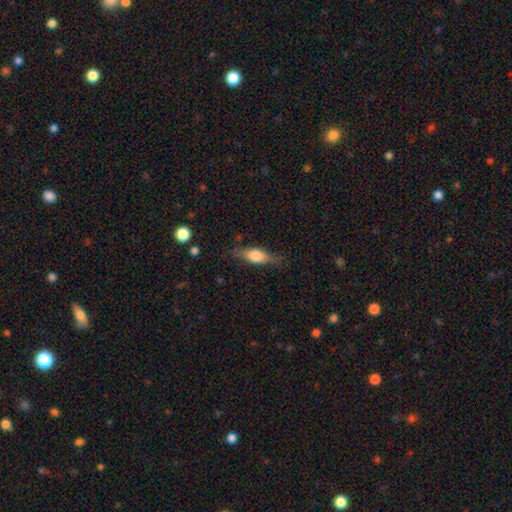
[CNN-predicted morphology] Overall: smooth (56%; featured or disk 36%). How rounded: in between (62%; cigar-shaped 34%). Merging: none (76%).